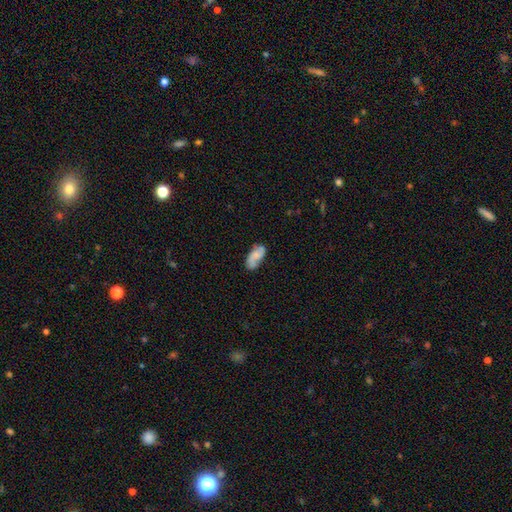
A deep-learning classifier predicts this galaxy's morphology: smooth_or_featured: featured or disk (p=0.47) [alt: smooth p=0.46]
merging: none (p=0.69) [alt: minor disturbance p=0.22]